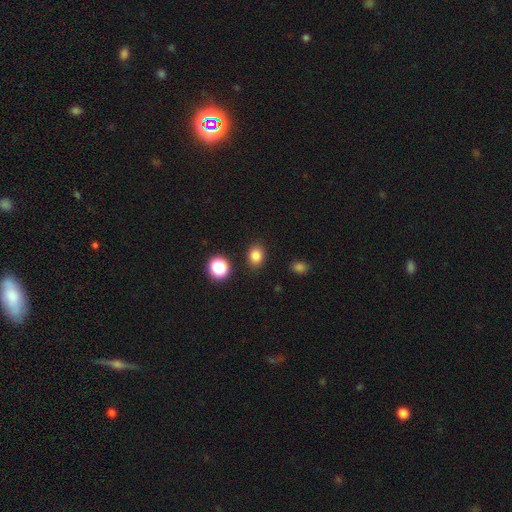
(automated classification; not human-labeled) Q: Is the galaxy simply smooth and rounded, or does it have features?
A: smooth — 82%.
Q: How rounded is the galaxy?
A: round — 50%.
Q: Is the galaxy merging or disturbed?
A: none — 86%.